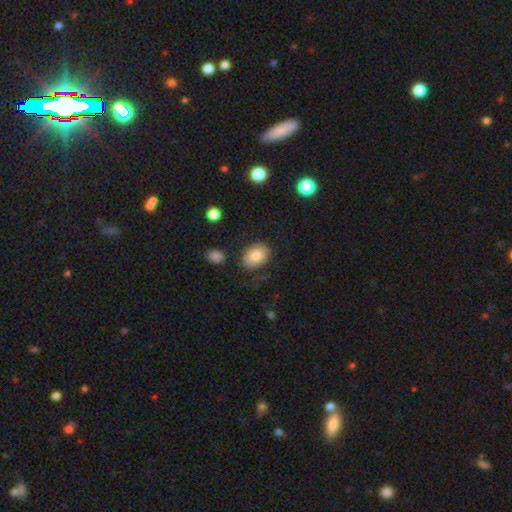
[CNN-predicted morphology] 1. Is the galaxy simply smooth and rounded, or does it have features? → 83% smooth, 9% featured or disk, 8% star or artifact.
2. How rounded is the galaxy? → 80% in between, 19% round, 1% cigar-shaped.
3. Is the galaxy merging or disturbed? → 79% none, 13% minor disturbance, 5% major disturbance, 3% merger.